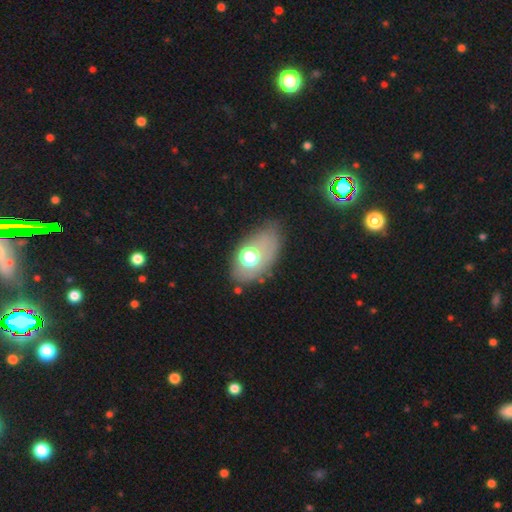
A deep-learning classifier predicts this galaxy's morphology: This appears to be a smooth galaxy with no disk features (57%) that is in between round and cigar-shaped (86%). Merging: none (53%).